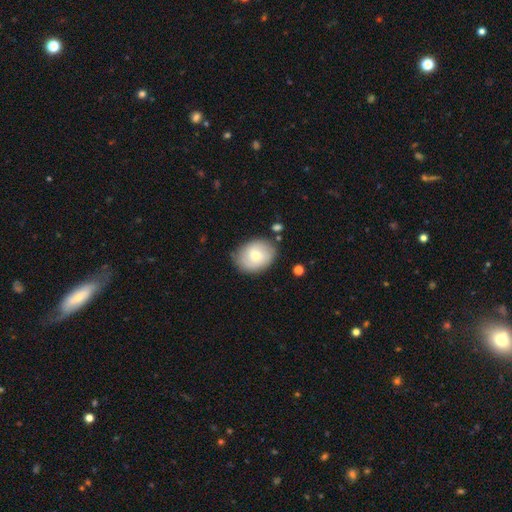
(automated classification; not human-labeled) Smooth or featured? smooth (64%)
How rounded? in between (55%)
Merging? none (77%)